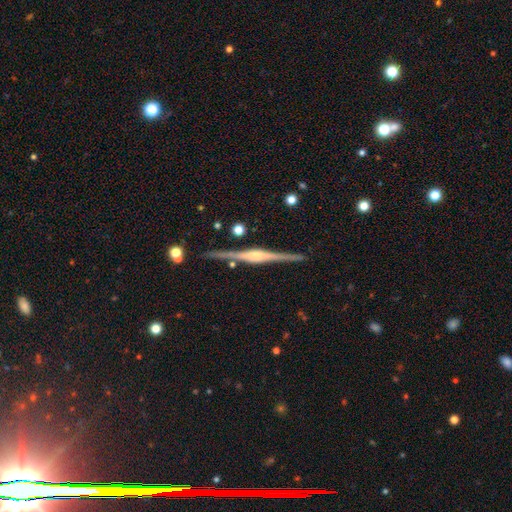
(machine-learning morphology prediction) Q: Smooth or featured?
A: featured or disk (87%); runner-up: smooth (8%)
Q: Edge-on disk?
A: yes (98%); runner-up: no (2%)
Q: Edge-on bulge?
A: rounded (69%); runner-up: boxy (25%)
Q: Merging?
A: none (89%); runner-up: minor disturbance (8%)